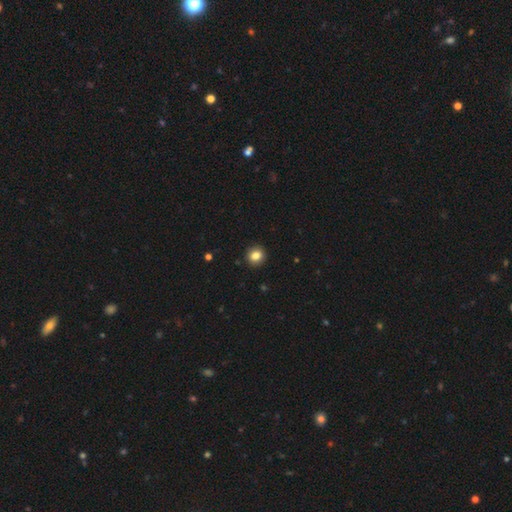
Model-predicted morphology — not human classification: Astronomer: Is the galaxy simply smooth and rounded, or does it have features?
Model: smooth — 84%.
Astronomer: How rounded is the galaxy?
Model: round — 86%.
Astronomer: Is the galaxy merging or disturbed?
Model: none — 92%.